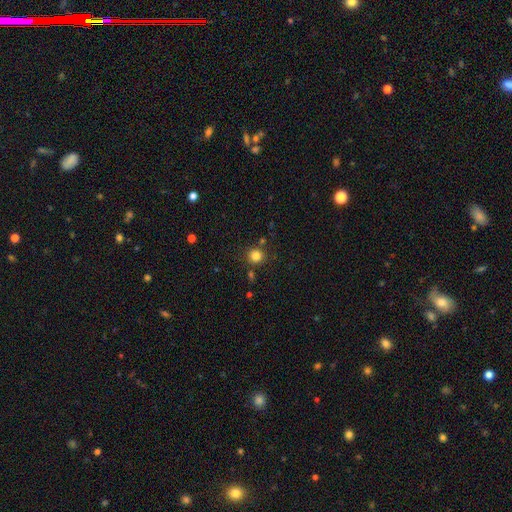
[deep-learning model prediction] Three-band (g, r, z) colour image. It shows a smooth galaxy with no disk features (82%) that is round (91%). Merging: none (83%).